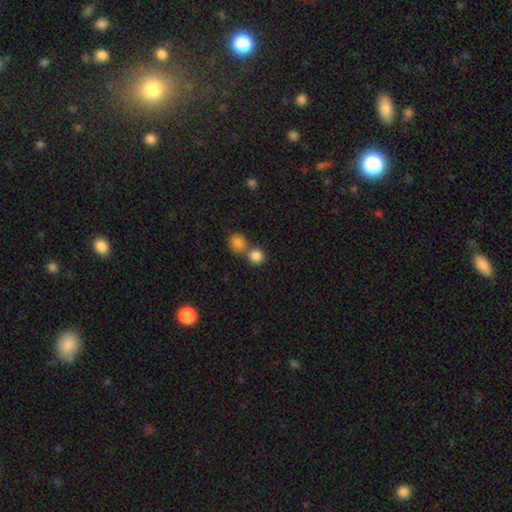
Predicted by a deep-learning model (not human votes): smooth_or_featured: smooth (p=0.84) [alt: star or artifact p=0.10]
how_rounded: round (p=0.86) [alt: in between p=0.12]
merging: none (p=0.50) [alt: merger p=0.42]